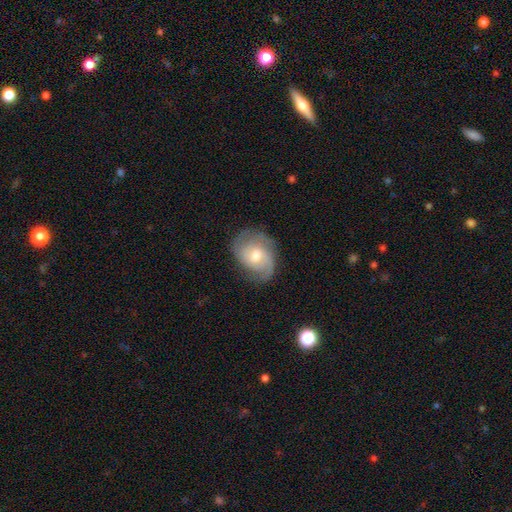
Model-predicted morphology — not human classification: This appears to be a featured or disk galaxy (74%) with no bar (59%), 2 (47%) tight (45%) spiral arms (93%) and a moderate central bulge (68%). Merging: none (71%).